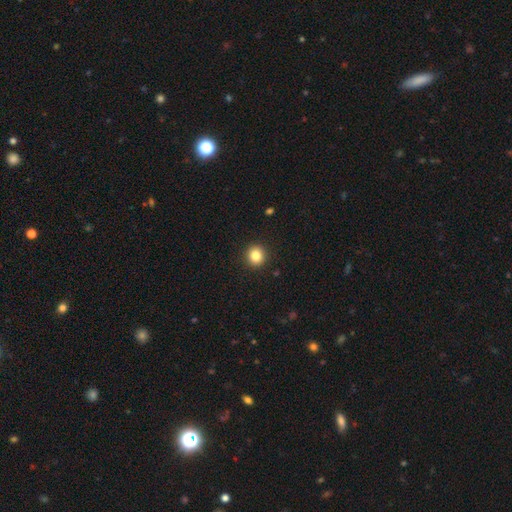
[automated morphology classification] smooth-or-featured: smooth: 84% | star or artifact: 11% | featured or disk: 6%
  how-rounded: round: 91% | in between: 8% | cigar-shaped: 1%
  merging: none: 93% | minor disturbance: 5% | major disturbance: 2% | merger: 1%